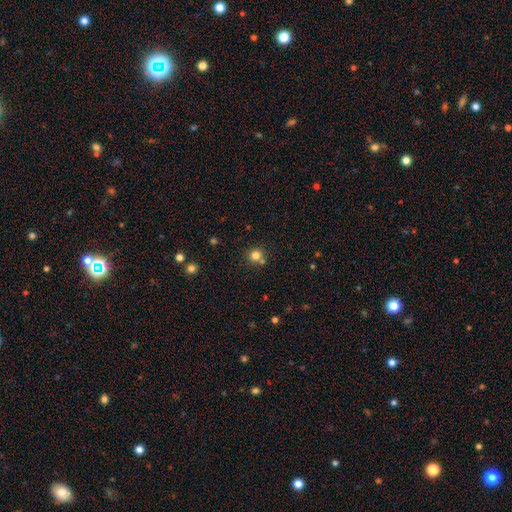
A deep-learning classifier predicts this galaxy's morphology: Q: Smooth or featured?
A: smooth (80%); runner-up: star or artifact (13%)
Q: How rounded?
A: round (92%); runner-up: in between (7%)
Q: Merging?
A: none (70%); runner-up: merger (19%)